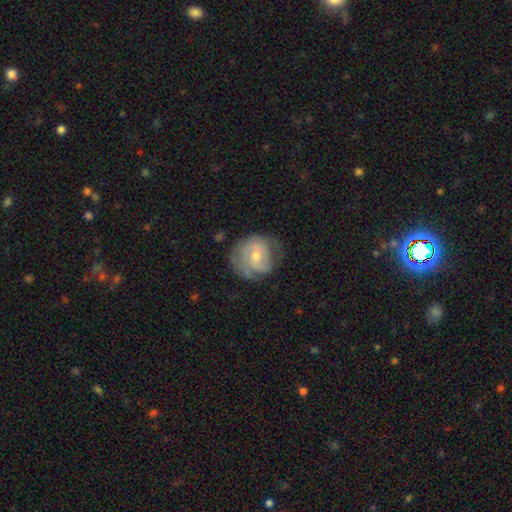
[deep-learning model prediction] The model was most divided on "spiral winding": tight: 43%, medium: 40%, loose: 17%. Remaining: edge-on disk — no (98%); spiral arms — yes (83%); smooth or featured — featured or disk (63%); merging — none (62%); bar — no (53%); bulge size — small (52%); spiral arm count — 2 (41%).